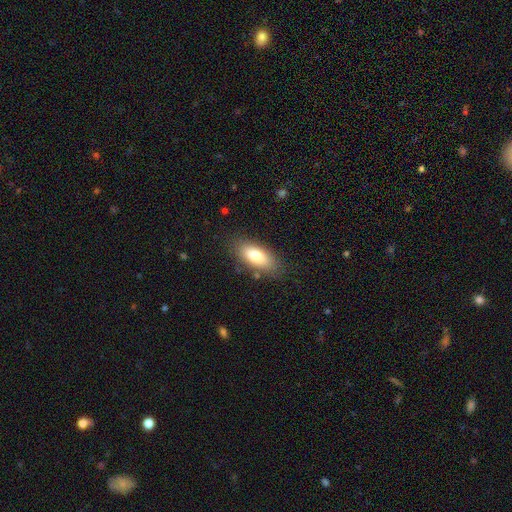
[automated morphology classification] smooth_or_featured: smooth (p=0.80) [alt: featured or disk p=0.13]
how_rounded: in between (p=0.81) [alt: cigar-shaped p=0.16]
merging: none (p=0.83) [alt: minor disturbance p=0.12]